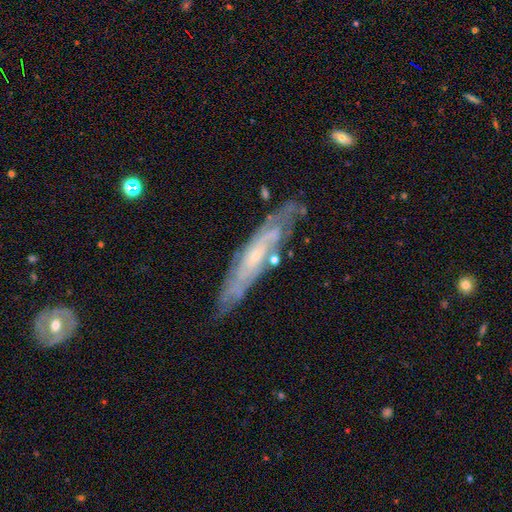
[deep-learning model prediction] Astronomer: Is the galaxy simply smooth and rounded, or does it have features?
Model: featured or disk — 75%.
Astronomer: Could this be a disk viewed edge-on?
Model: no — 55% (runner-up: yes, 45%).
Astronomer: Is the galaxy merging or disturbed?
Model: none — 74%.